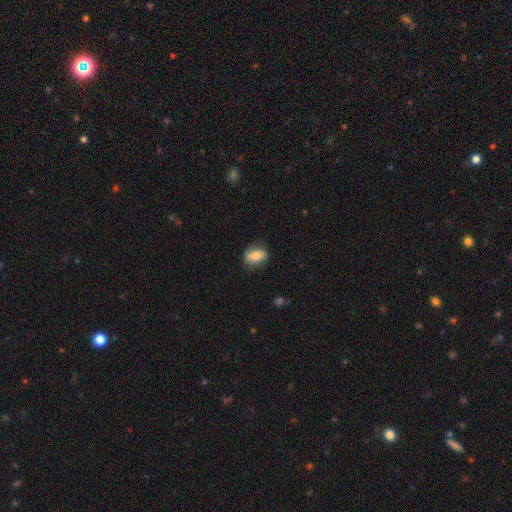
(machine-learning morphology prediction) A smooth galaxy with no disk features (70%) that is in between round and cigar-shaped (72%).

Vote fractions:
- Smooth or featured? smooth: 70% / featured or disk: 22% / star or artifact: 8%
- How rounded? in between: 72% / round: 25% / cigar-shaped: 2%
- Merging? none: 73% / minor disturbance: 20% / major disturbance: 6% / merger: 1%